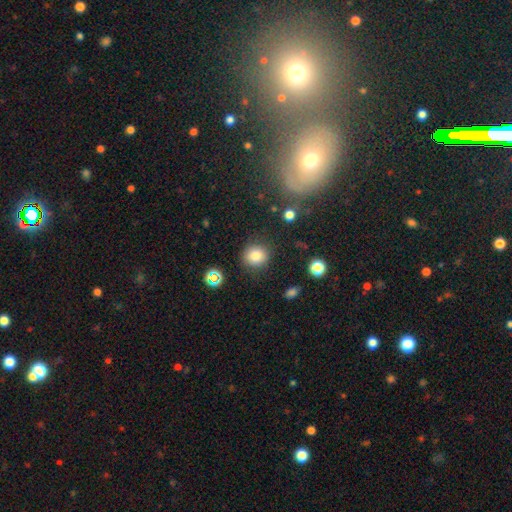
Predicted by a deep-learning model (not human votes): The model was most divided on "smooth or featured": smooth: 81%, star or artifact: 12%, featured or disk: 6%. More confident: how rounded — round (86%); merging — none (84%).